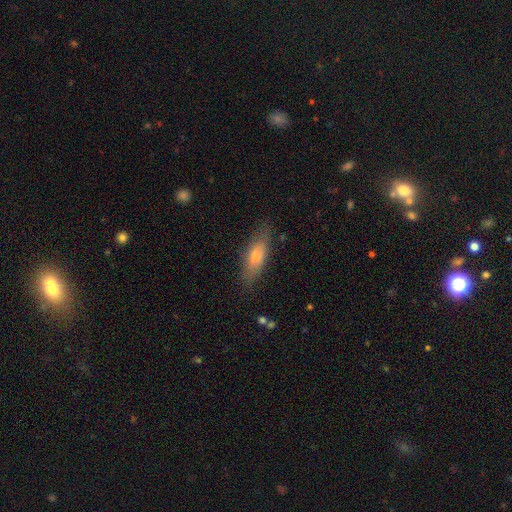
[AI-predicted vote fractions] Overall: smooth (63%; featured or disk 31%). How rounded: cigar-shaped (54%; in between 44%). Merging: none (81%).